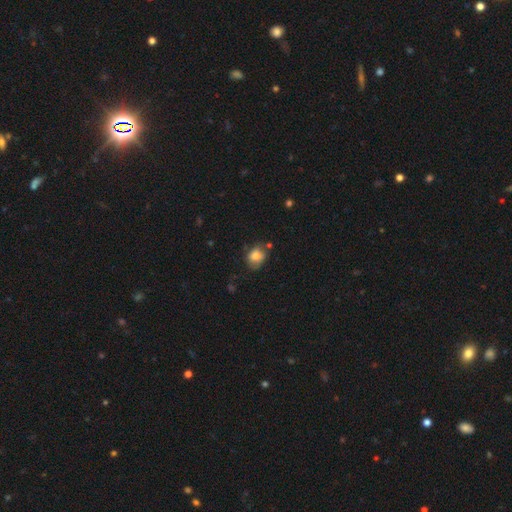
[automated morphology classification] This is likely a smooth galaxy (74%). How rounded: possibly in between (54%). Merging: possibly none (59%).